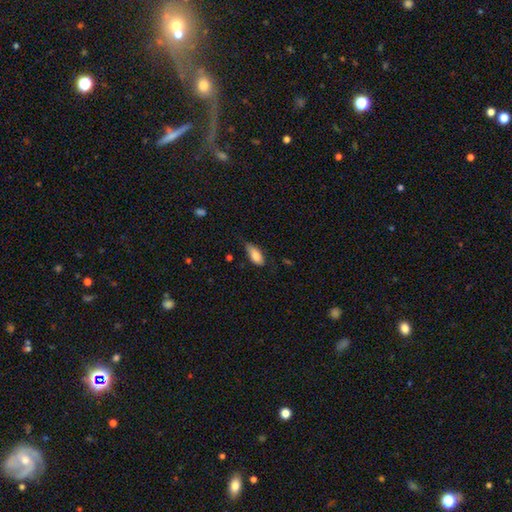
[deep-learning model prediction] smooth_or_featured: smooth (p=0.80) [alt: featured or disk p=0.14]
how_rounded: in between (p=0.86) [alt: cigar-shaped p=0.11]
merging: none (p=0.55) [alt: minor disturbance p=0.36]